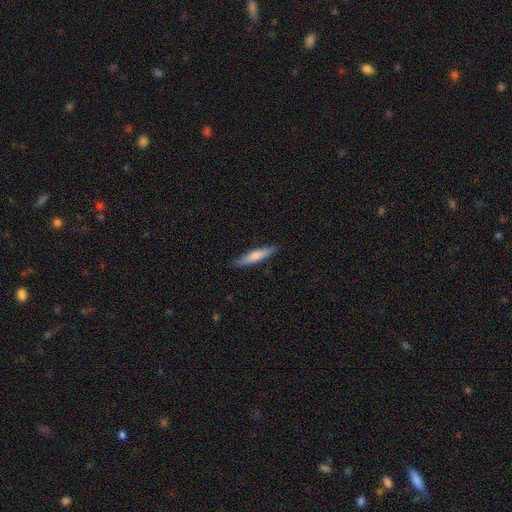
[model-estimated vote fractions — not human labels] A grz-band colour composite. It shows a smooth galaxy with no disk features (70%) that is cigar-shaped (86%). Merging: none (87%).